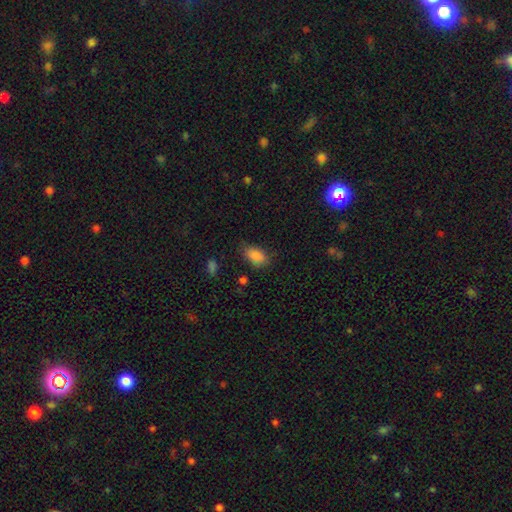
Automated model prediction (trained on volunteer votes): This appears to be a smooth galaxy with no disk features (87%) that is in between round and cigar-shaped (91%). Merging: none (73%).